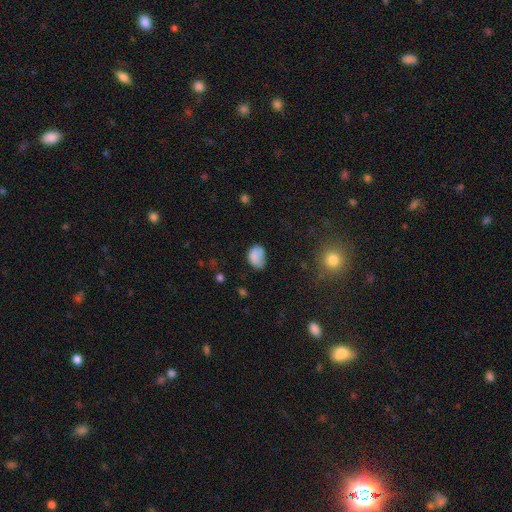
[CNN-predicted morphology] Overall: smooth (82%). How rounded: in between (80%). Merging: none (54%; minor disturbance 32%).